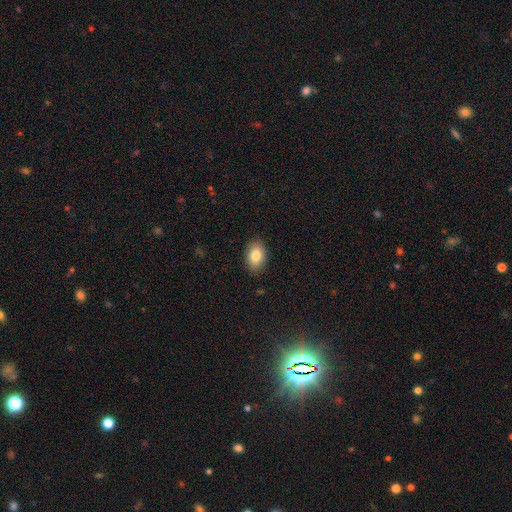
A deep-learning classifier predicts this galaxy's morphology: Overall: smooth (84%). How rounded: in between (85%). Merging: none (88%).